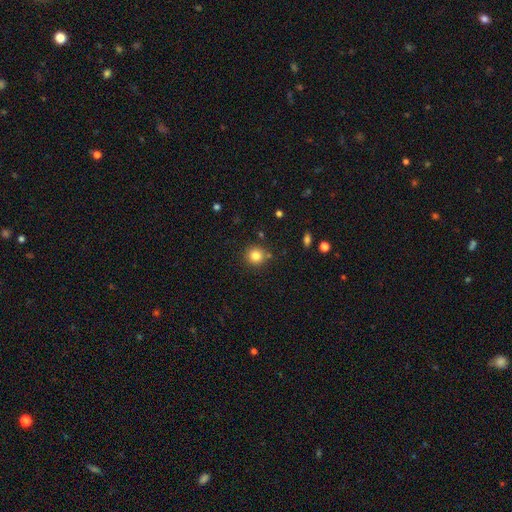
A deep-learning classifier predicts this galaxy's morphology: A smooth galaxy with no disk features (82%) that is round (93%). Merging: none (84%).